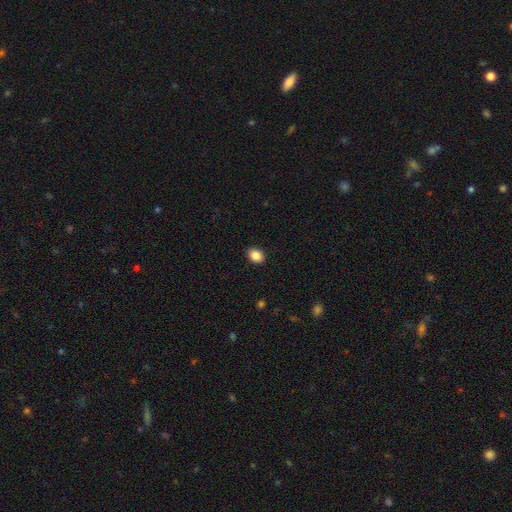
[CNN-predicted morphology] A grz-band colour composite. It shows a smooth galaxy with no disk features (88%) that is in between round and cigar-shaped (59%). Merging: none (91%).